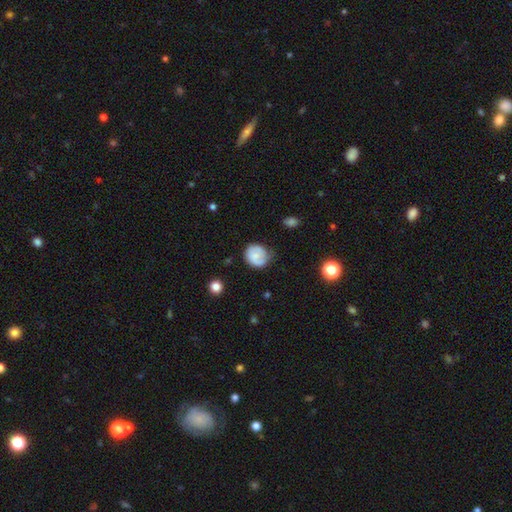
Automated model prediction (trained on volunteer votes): smooth-or-featured: smooth: 56% | featured or disk: 37% | star or artifact: 8%
  how-rounded: round: 72% | in between: 27% | cigar-shaped: 1%
  merging: none: 57% | minor disturbance: 30% | major disturbance: 10% | merger: 2%